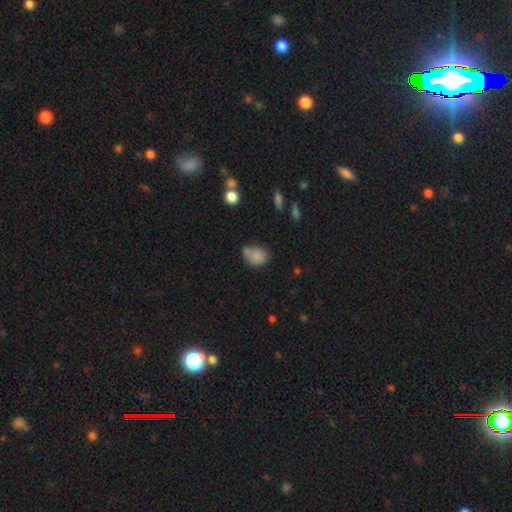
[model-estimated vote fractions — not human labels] A smooth galaxy with no disk features (81%) that is in between round and cigar-shaped (67%).

Vote fractions:
- Smooth or featured? smooth: 81% / star or artifact: 10% / featured or disk: 9%
- How rounded? in between: 67% / round: 32% / cigar-shaped: 1%
- Merging? none: 48% / minor disturbance: 27% / merger: 16% / major disturbance: 9%